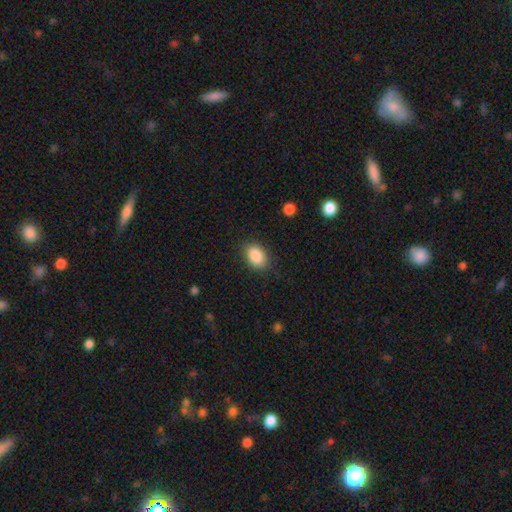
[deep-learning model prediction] smooth_or_featured: smooth (p=0.89) [alt: star or artifact p=0.07]
how_rounded: in between (p=0.83) [alt: round p=0.15]
merging: none (p=0.85) [alt: minor disturbance p=0.11]